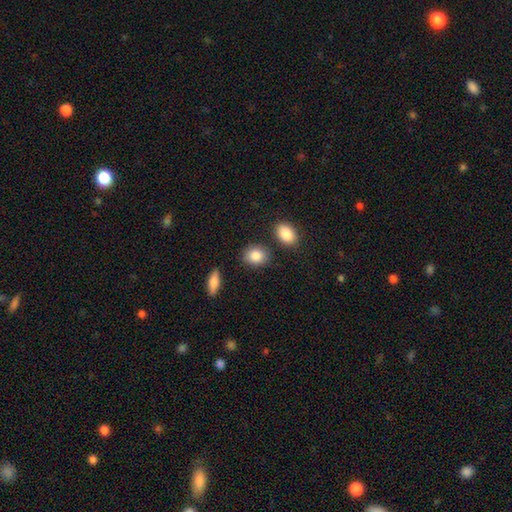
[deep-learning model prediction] This appears to be a smooth galaxy with no disk features (87%) that is in between round and cigar-shaped (51%). Merging: none (81%).